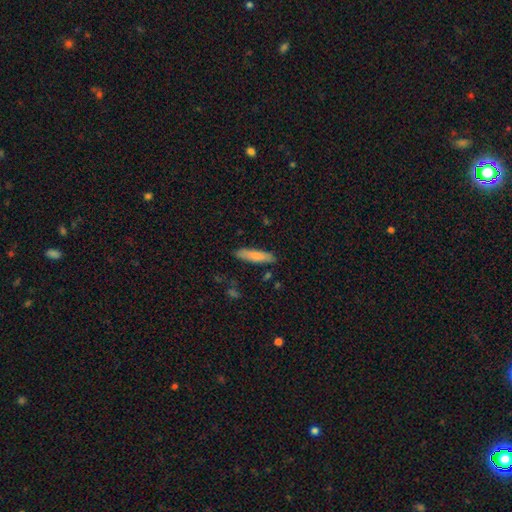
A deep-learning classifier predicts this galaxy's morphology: Smooth or featured: smooth — 81% (featured or disk — 13%)
How rounded: cigar-shaped — 72% (in between — 26%)
Merging: none — 84% (minor disturbance — 12%)